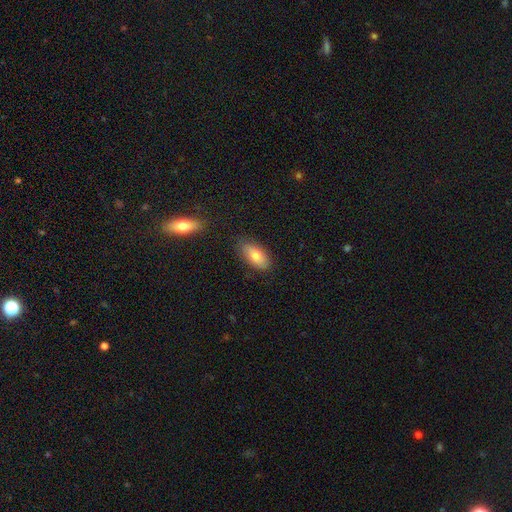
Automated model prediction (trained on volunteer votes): This appears to be a smooth galaxy with no disk features (78%) that is in between round and cigar-shaped (90%). Merging: none (82%).